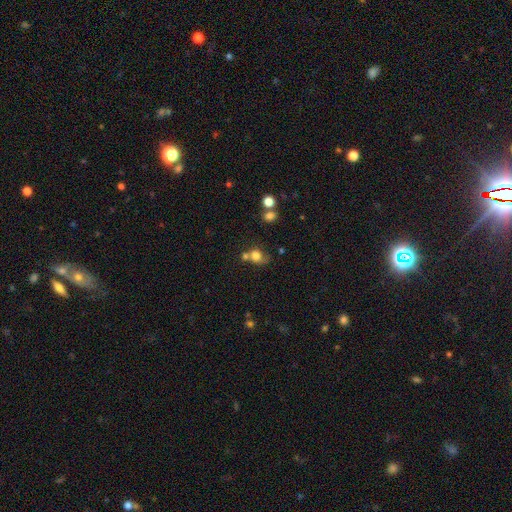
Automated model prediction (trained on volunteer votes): Smooth or featured? Predicted: smooth (p=0.76). How rounded? Predicted: round (p=0.60). Merging? Predicted: none (p=0.40).